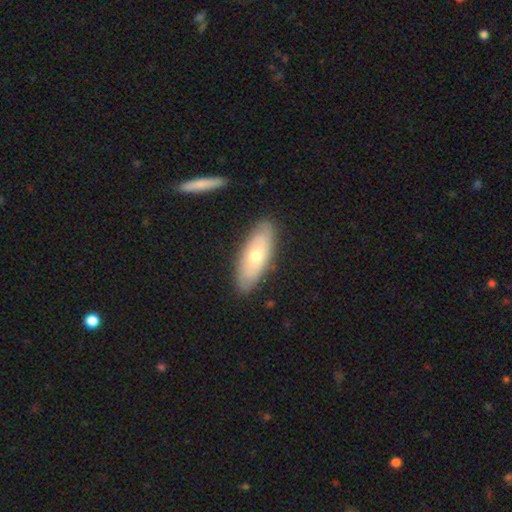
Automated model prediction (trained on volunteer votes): This appears to be a smooth galaxy with no disk features (57%) that is in between round and cigar-shaped (70%). Merging: none (84%).